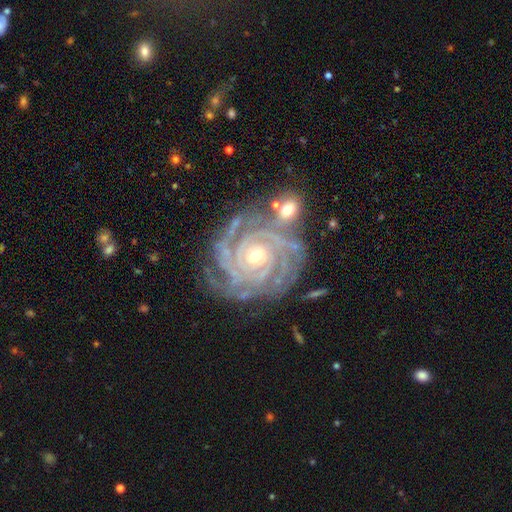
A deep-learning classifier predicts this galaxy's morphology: Smooth or featured? featured or disk (92%)
Edge-on disk? no (98%)
Bar? no (72%)
Spiral arms? yes (99%)
Spiral winding? tight (87%)
Spiral arm count? 4 (30%)
Bulge size? small (59%)
Merging? none (76%)